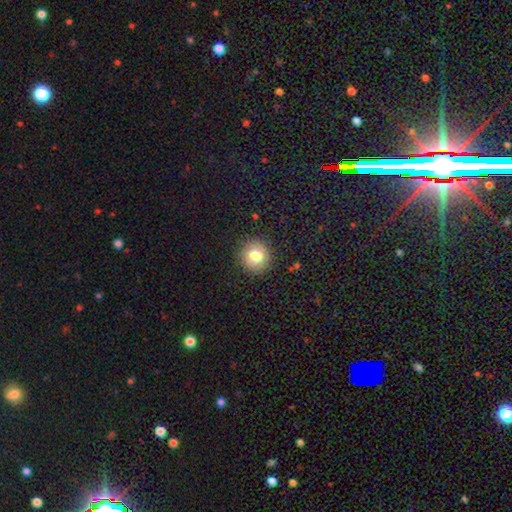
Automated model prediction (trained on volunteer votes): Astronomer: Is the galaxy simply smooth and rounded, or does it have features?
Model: smooth — 79%.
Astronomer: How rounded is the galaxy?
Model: round — 93%.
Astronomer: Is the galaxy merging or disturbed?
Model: none — 90%.